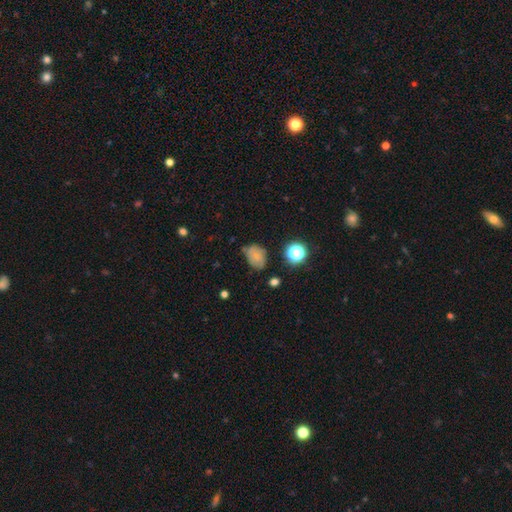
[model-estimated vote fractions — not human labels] Smooth or featured? smooth (69%)
How rounded? in between (66%)
Merging? none (55%)